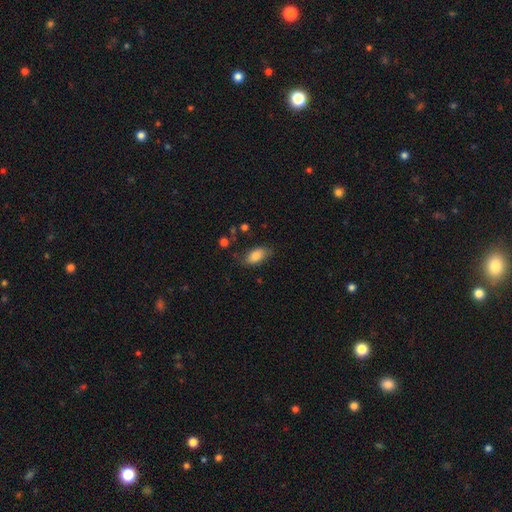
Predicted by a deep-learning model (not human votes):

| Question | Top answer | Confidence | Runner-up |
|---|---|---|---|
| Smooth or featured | smooth | 83% | featured or disk (9%) |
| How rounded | in between | 91% | round (5%) |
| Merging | none | 74% | minor disturbance (19%) |